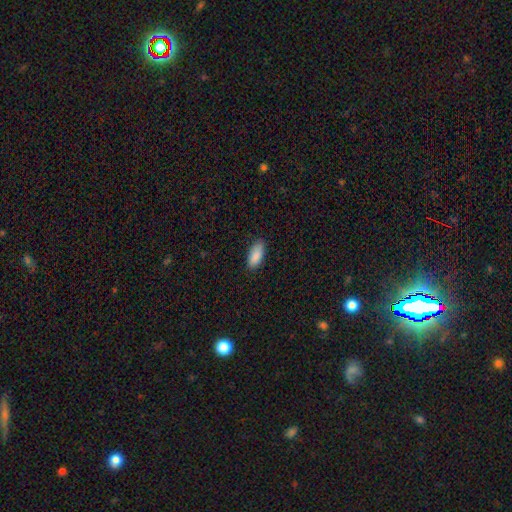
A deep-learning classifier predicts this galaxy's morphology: The model was most divided on "merging": none: 84%, minor disturbance: 13%, major disturbance: 2%, merger: 1%. More confident: smooth or featured — smooth (90%); how rounded — in between (86%).